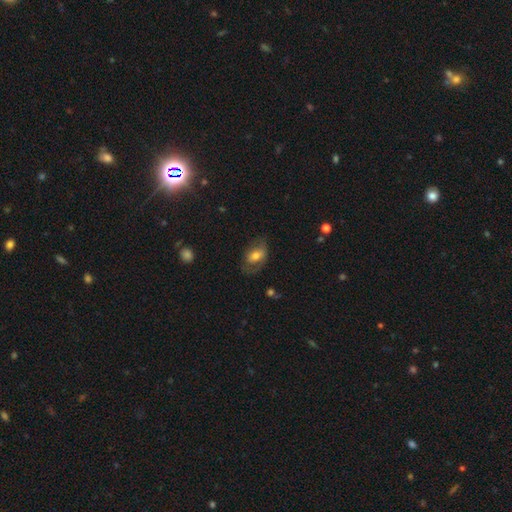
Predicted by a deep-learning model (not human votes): smooth-or-featured: smooth: 57% | featured or disk: 35% | star or artifact: 8%
  how-rounded: in between: 84% | round: 14% | cigar-shaped: 2%
  merging: none: 55% | minor disturbance: 25% | major disturbance: 18% | merger: 2%